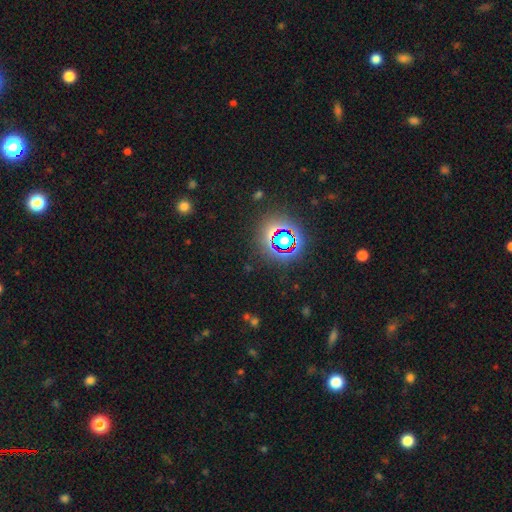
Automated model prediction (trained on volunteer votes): Smooth or featured? star or artifact (78%)